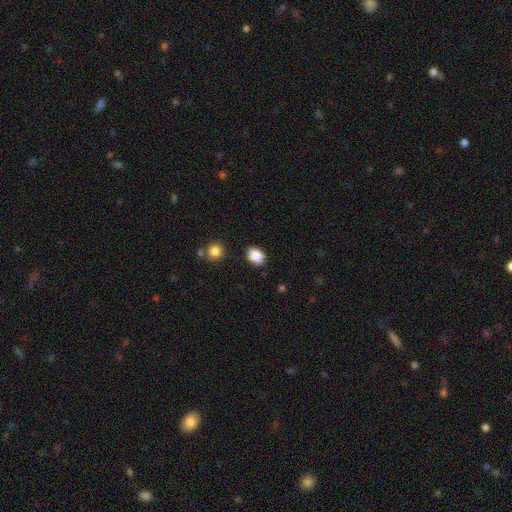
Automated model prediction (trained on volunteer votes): This is clearly a smooth galaxy (89%). How rounded: likely in between (72%). Merging: clearly none (87%).